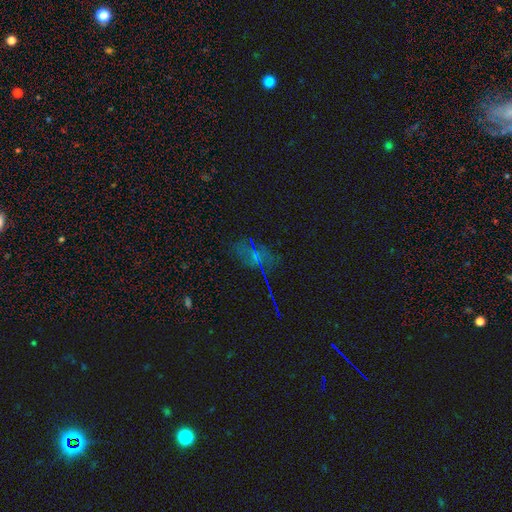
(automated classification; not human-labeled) Q: Smooth or featured?
A: star or artifact (57%); runner-up: smooth (25%)